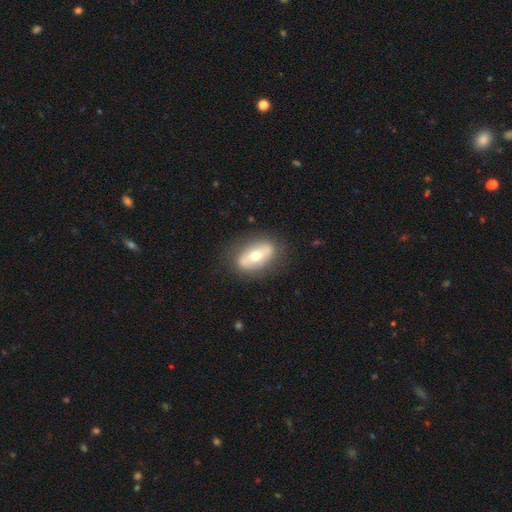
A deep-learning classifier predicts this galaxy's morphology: This is possibly a featured or disk galaxy (49%). Merging: likely none (80%).